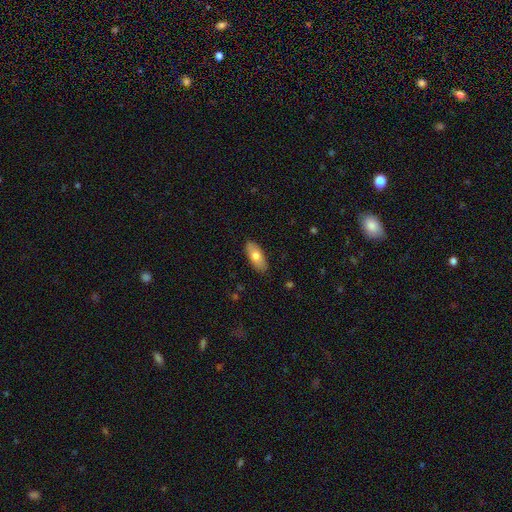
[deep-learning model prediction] Smooth or featured? smooth (73%)
How rounded? in between (82%)
Merging? none (88%)